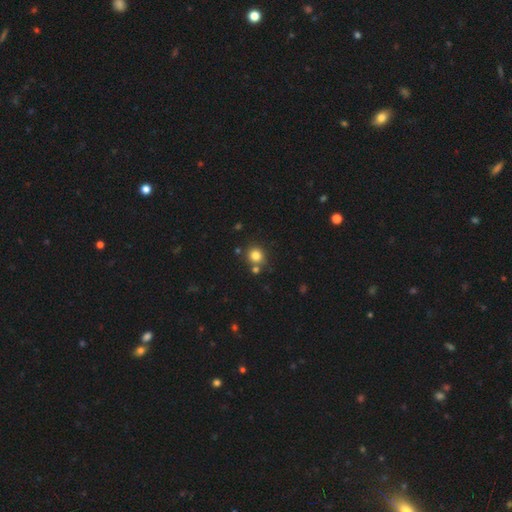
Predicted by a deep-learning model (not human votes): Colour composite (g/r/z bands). It shows a smooth galaxy with no disk features (81%) that is round (88%). Merging: none (75%).